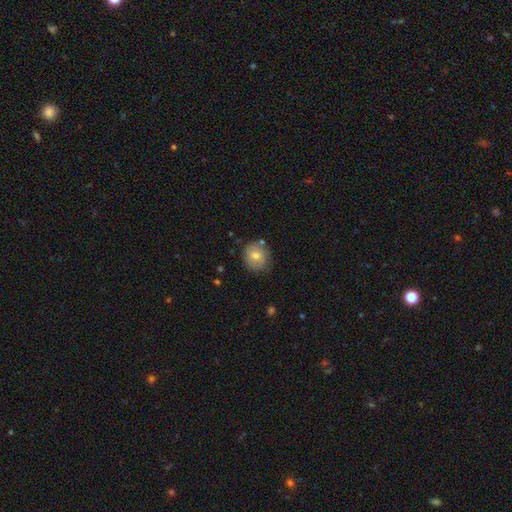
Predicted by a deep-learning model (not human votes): Overall: smooth (77%). How rounded: round (84%). Merging: none (76%).